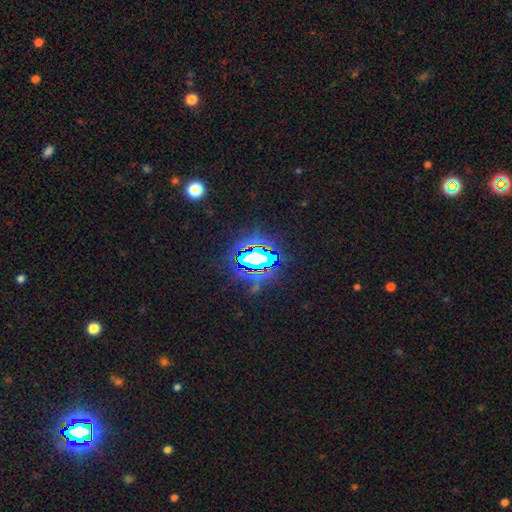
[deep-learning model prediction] This is likely a star or artifact rather than a galaxy (73%).